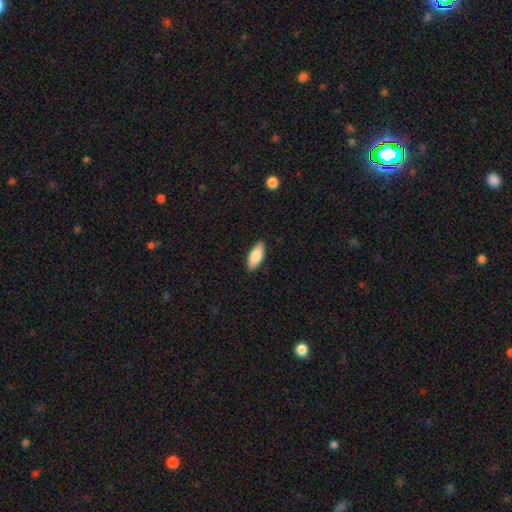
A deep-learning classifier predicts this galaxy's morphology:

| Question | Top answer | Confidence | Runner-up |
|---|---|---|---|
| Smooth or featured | smooth | 84% | featured or disk (11%) |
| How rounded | in between | 82% | cigar-shaped (16%) |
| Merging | none | 89% | minor disturbance (9%) |